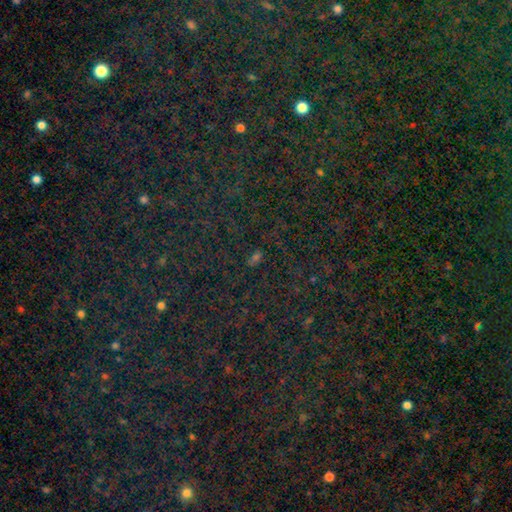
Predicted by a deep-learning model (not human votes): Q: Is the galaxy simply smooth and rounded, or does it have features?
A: star or artifact — 80%.